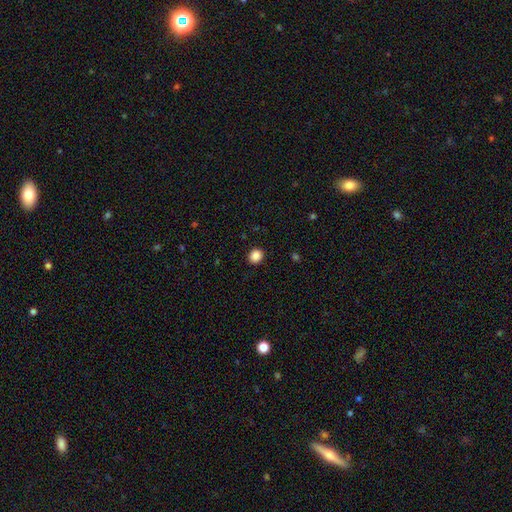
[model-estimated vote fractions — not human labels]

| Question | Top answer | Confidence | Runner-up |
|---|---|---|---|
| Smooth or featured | smooth | 88% | star or artifact (9%) |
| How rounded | round | 76% | in between (23%) |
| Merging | none | 92% | minor disturbance (6%) |